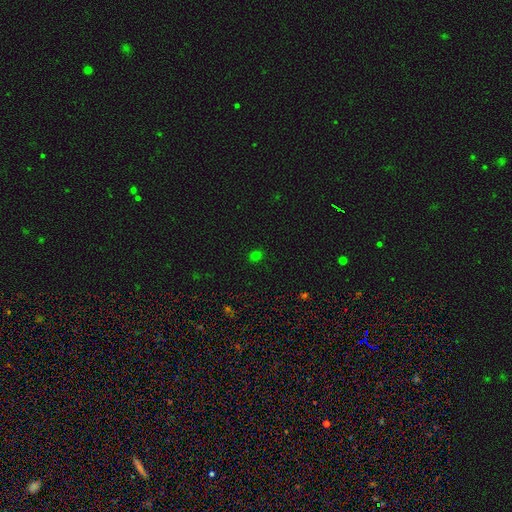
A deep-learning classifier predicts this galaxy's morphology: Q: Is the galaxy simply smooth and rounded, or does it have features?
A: smooth — 73%.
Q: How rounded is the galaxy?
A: round — 71%.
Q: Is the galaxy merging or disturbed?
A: none — 89%.